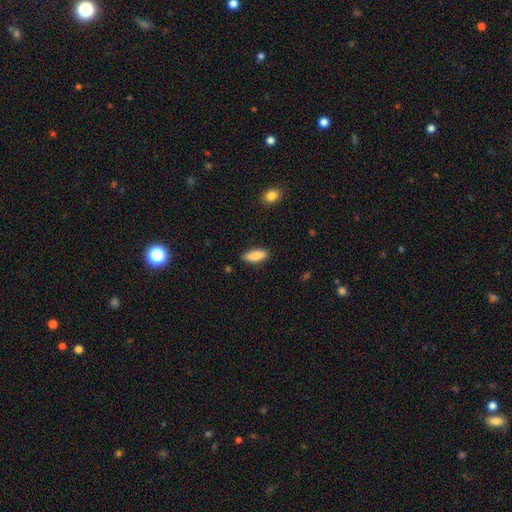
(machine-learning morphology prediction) smooth-or-featured: smooth: 84% | featured or disk: 10% | star or artifact: 6%
  how-rounded: in between: 74% | cigar-shaped: 24% | round: 2%
  merging: none: 86% | minor disturbance: 10% | major disturbance: 2% | merger: 1%